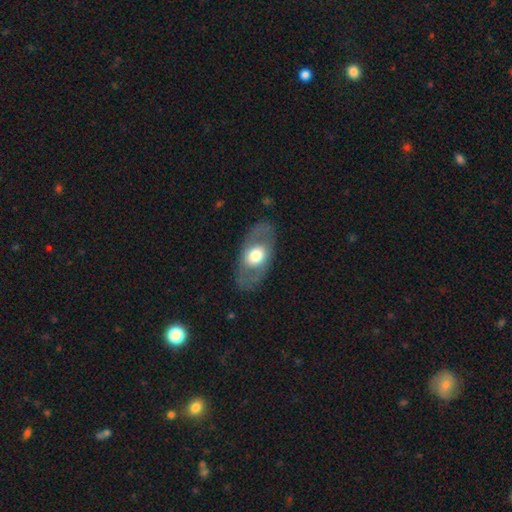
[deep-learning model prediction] Morphology: type=smooth (47%, tied with featured or disk); merging=none (81%).